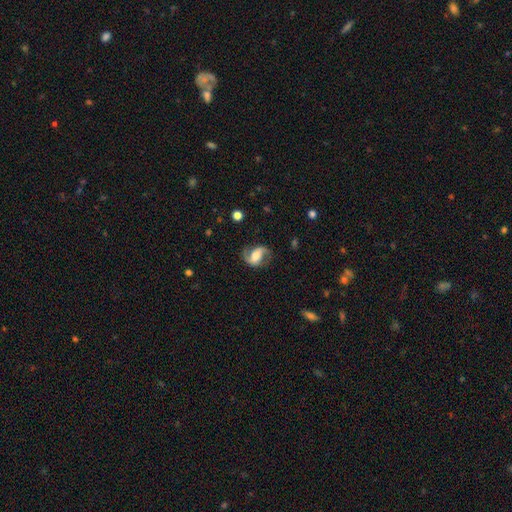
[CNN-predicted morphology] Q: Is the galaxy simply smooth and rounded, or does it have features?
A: featured or disk — 76%.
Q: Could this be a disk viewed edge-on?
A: no — 96%.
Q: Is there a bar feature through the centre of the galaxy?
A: weak — 39%.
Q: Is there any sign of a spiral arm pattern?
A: yes — 93%.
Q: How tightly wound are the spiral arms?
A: loose — 47%.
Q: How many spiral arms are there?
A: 2 — 89%.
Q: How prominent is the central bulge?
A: moderate — 50%.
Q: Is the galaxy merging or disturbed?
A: none — 73%.